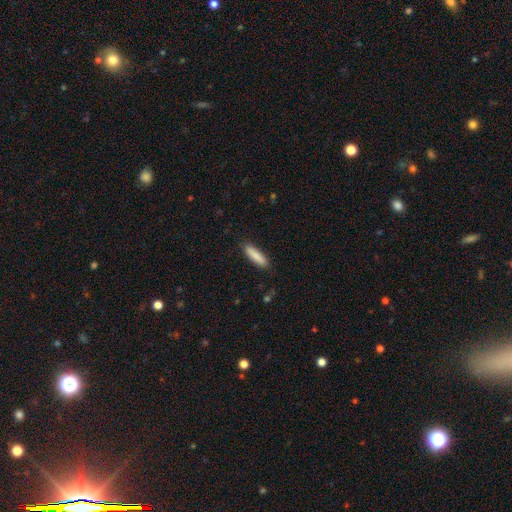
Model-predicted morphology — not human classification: This is clearly a smooth galaxy (87%). How rounded: likely cigar-shaped (72%). Merging: clearly none (87%).